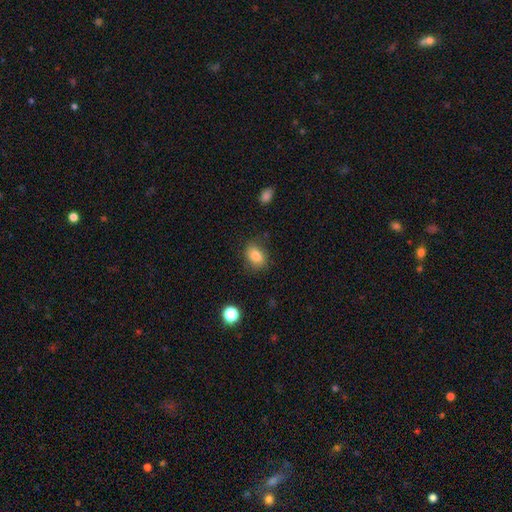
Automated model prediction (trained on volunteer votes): smooth 84%, star or artifact 9%, featured or disk 7%. Down the decision tree: how rounded — in between (77%); merging — none (79%).